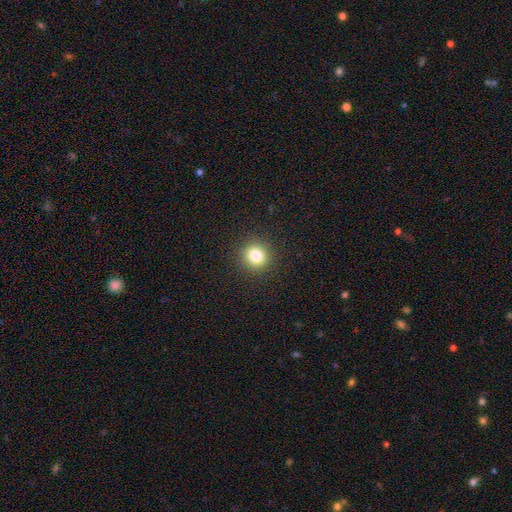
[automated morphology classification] smooth-or-featured: smooth: 82% | star or artifact: 12% | featured or disk: 6%
  how-rounded: round: 89% | in between: 10% | cigar-shaped: 1%
  merging: none: 91% | minor disturbance: 6% | major disturbance: 2% | merger: 1%